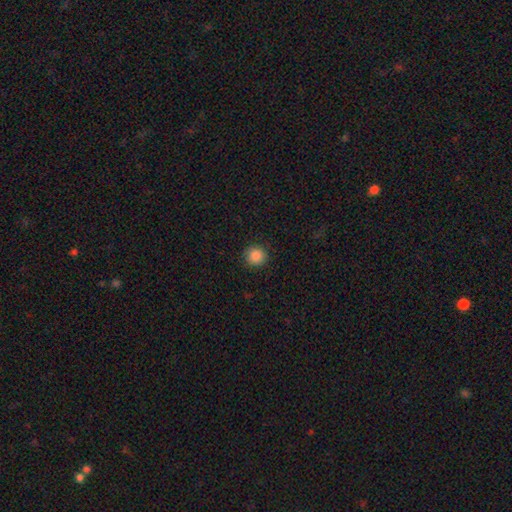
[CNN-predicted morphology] Smooth or featured? Predicted: smooth (p=0.87). How rounded? Predicted: round (p=0.92). Merging? Predicted: none (p=0.90).